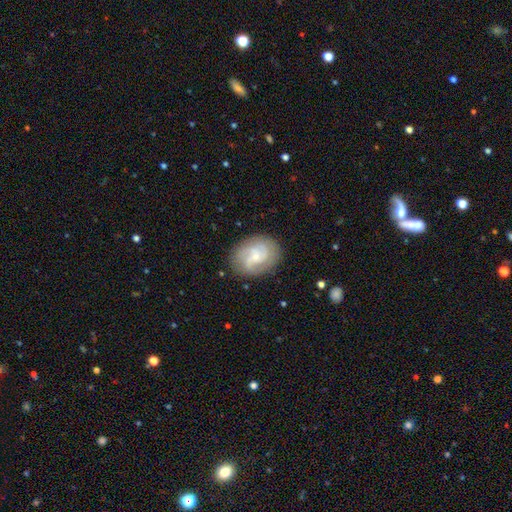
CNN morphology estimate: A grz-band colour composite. It shows a featured or disk galaxy (77%) with no bar (52%), 2 (53%) medium (47%) spiral arms (94%) and a small central bulge (66%). Merging: none (80%).